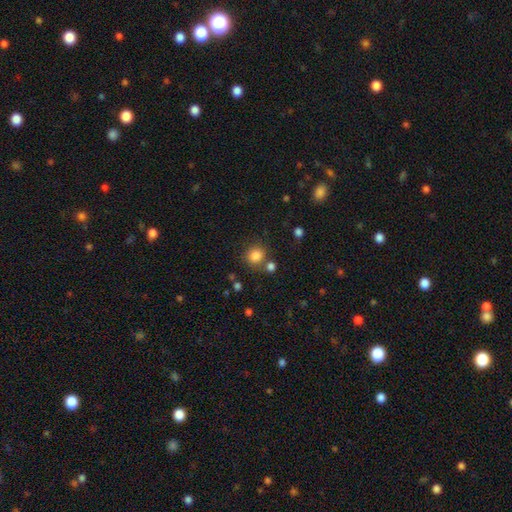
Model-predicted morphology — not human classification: smooth 84%, star or artifact 11%, featured or disk 5%. Down the decision tree: how rounded — round (84%); merging — none (74%).